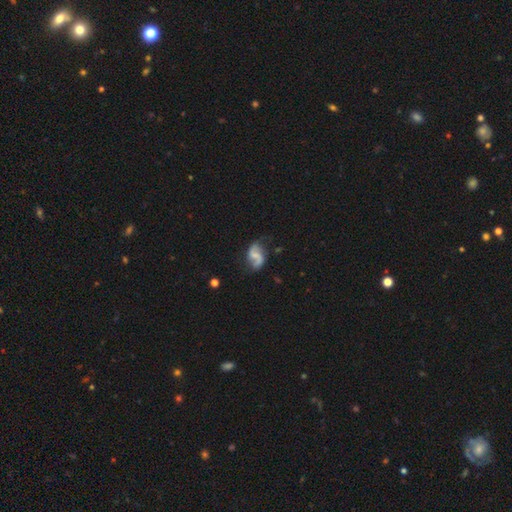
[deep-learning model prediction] A featured or disk galaxy (78%) with a weak bar (47%), 2 (89%) loose (59%) spiral arms (93%) and no central bulge (42%). Merging: none (61%).